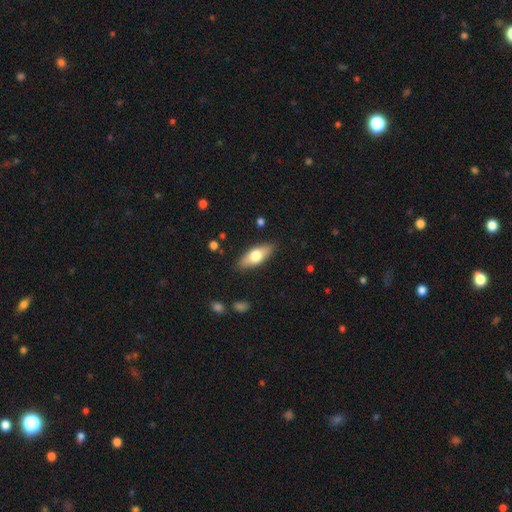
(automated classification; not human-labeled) The model was most divided on "smooth or featured": smooth: 62%, featured or disk: 32%, star or artifact: 6%. More confident: merging — none (87%); how rounded — in between (72%).